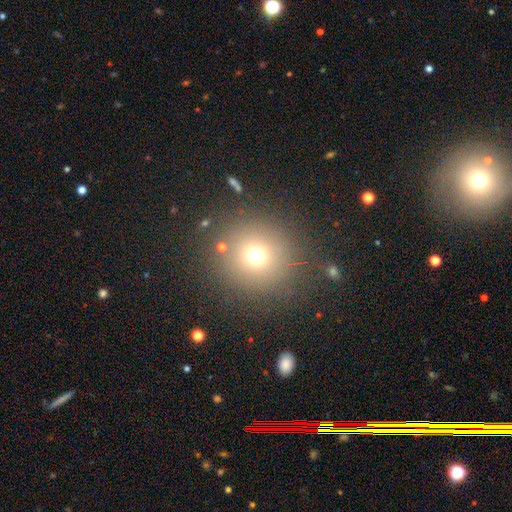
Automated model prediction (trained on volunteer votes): This appears to be a smooth galaxy with no disk features (69%) that is round (93%). Merging: none (83%).